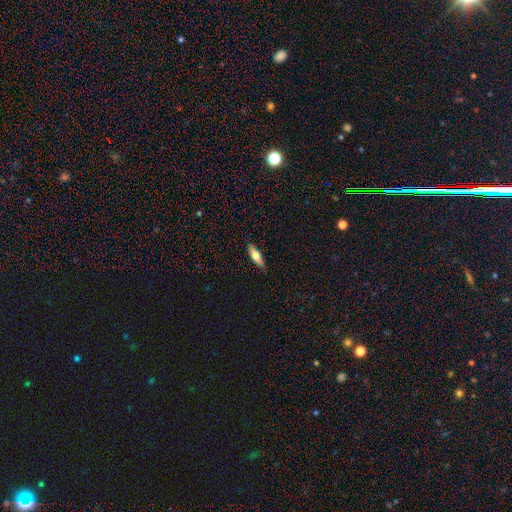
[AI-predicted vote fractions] Smooth or featured? Predicted: smooth (p=0.64). How rounded? Predicted: cigar-shaped (p=0.50). Merging? Predicted: none (p=0.87).